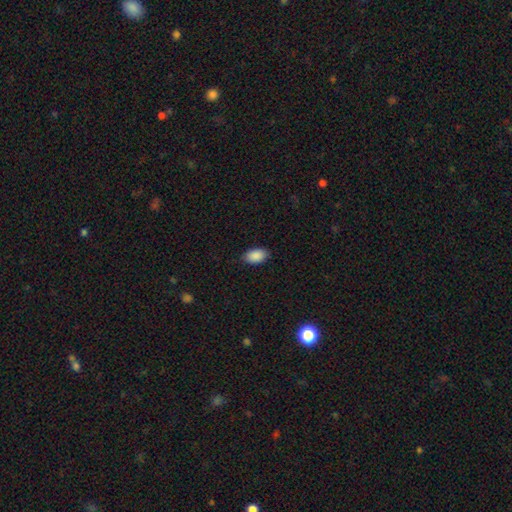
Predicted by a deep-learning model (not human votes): Smooth or featured? Predicted: smooth (p=0.90). How rounded? Predicted: in between (p=0.93). Merging? Predicted: none (p=0.86).